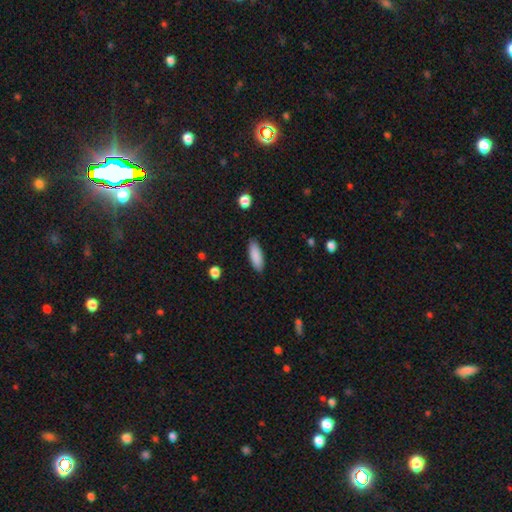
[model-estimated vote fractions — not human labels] Smooth or featured?
  - smooth: 89% *
  - star or artifact: 6%
  - featured or disk: 5%
How rounded?
  - in between: 67% *
  - cigar-shaped: 31%
  - round: 2%
Merging?
  - none: 88% *
  - minor disturbance: 9%
  - major disturbance: 2%
  - merger: 1%